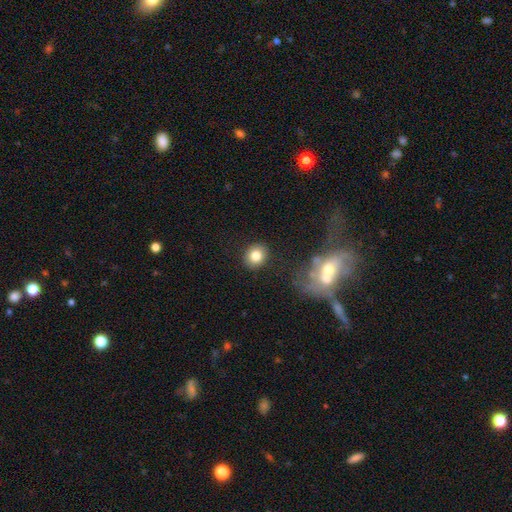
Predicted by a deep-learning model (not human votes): smooth-or-featured: smooth: 81% | star or artifact: 10% | featured or disk: 9%
  how-rounded: round: 70% | in between: 29% | cigar-shaped: 1%
  merging: none: 87% | minor disturbance: 8% | major disturbance: 3% | merger: 2%